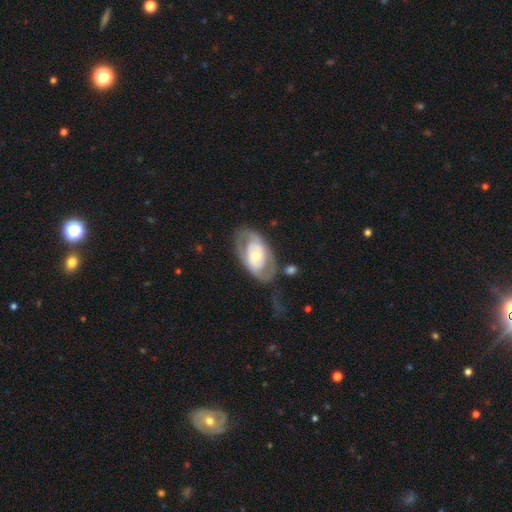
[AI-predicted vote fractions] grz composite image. It shows a featured or disk galaxy (67%) with no bar (77%), no spiral arms (58%) and a moderate central bulge (61%). Merging: none (63%).